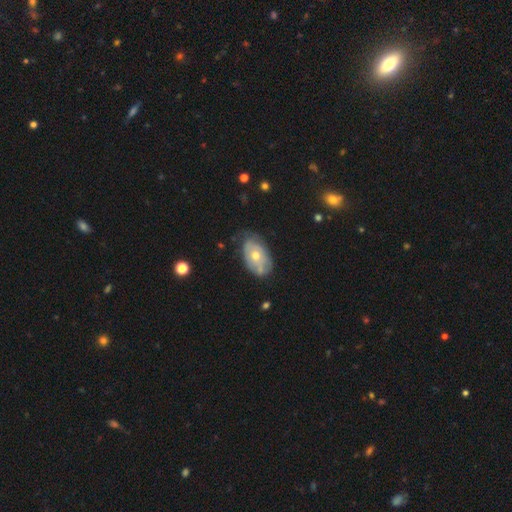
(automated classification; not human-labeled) The model was most divided on "spiral arms": no: 52%, yes: 48%. More confident: edge-on disk — no (93%); bar — no (86%); bulge size — moderate (61%); merging — none (58%); smooth or featured — featured or disk (56%).